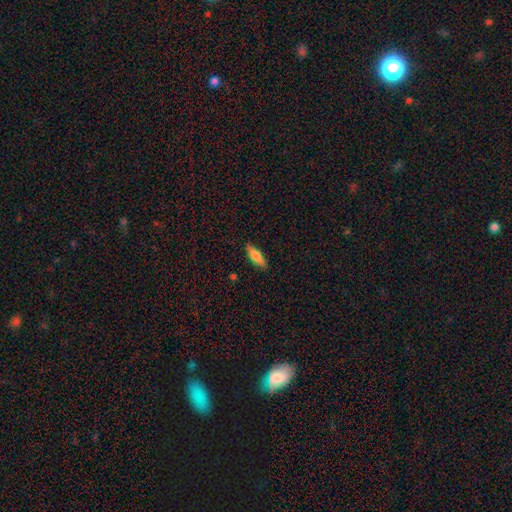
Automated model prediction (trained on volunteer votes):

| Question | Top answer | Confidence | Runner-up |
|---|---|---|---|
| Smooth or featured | smooth | 72% | featured or disk (21%) |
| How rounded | cigar-shaped | 50% | in between (48%) |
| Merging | none | 88% | minor disturbance (9%) |